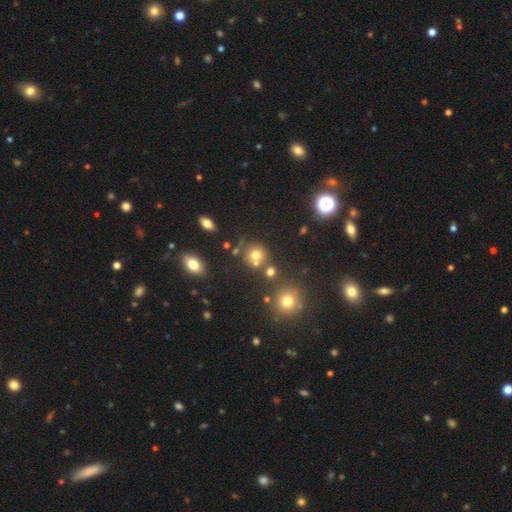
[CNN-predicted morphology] smooth 68%, star or artifact 19%, featured or disk 13%. Down the decision tree: how rounded — round (85%); merging — none (60%).